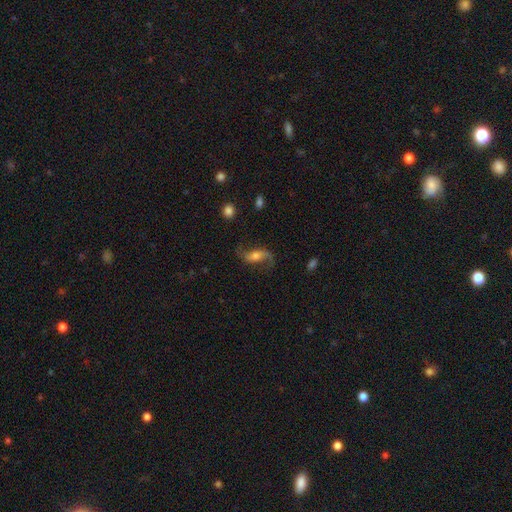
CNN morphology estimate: Smooth or featured? Predicted: featured or disk (p=0.80). Edge-on disk? Predicted: no (p=0.93). Bar? Predicted: no (p=0.43). Spiral arms? Predicted: yes (p=0.94). Spiral winding? Predicted: loose (p=0.84). Spiral arm count? Predicted: 2 (p=0.91). Bulge size? Predicted: moderate (p=0.59). Merging? Predicted: none (p=0.72).